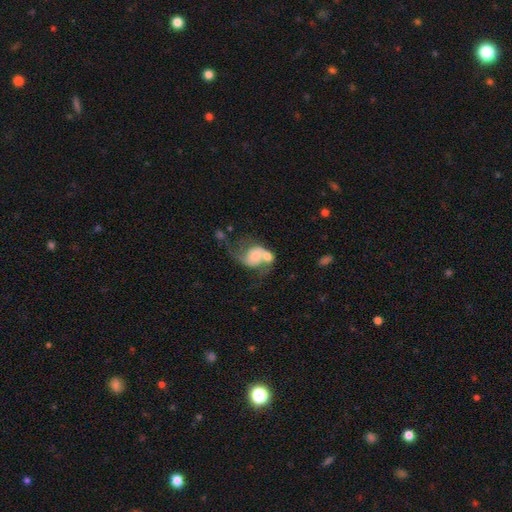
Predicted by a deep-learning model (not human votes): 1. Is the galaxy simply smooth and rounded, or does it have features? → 64% featured or disk, 28% smooth, 7% star or artifact.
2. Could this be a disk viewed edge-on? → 97% no, 3% yes.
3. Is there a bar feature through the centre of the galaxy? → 68% no, 26% weak, 6% strong.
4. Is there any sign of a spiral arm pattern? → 82% yes, 18% no.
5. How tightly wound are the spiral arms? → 56% loose, 34% medium, 10% tight.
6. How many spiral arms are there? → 78% 2, 11% 1, 7% can't tell, 1% 3, 1% 4, 1% more than 4.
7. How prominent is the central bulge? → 47% moderate, 33% small, 11% large, 7% none, 3% dominant.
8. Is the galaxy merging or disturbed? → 55% merger, 19% none, 16% major disturbance, 11% minor disturbance.